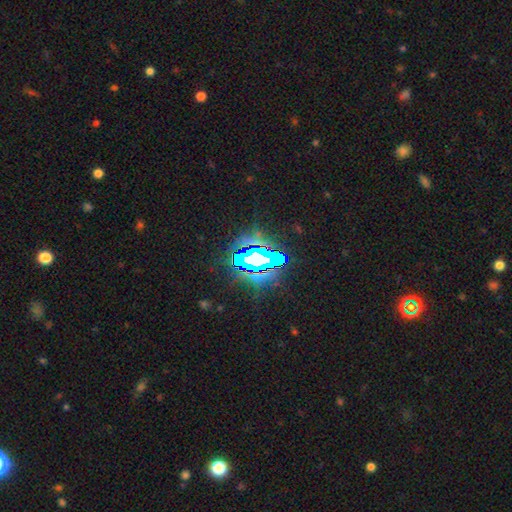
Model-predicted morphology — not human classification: This is likely a star or artifact rather than a galaxy (73%).